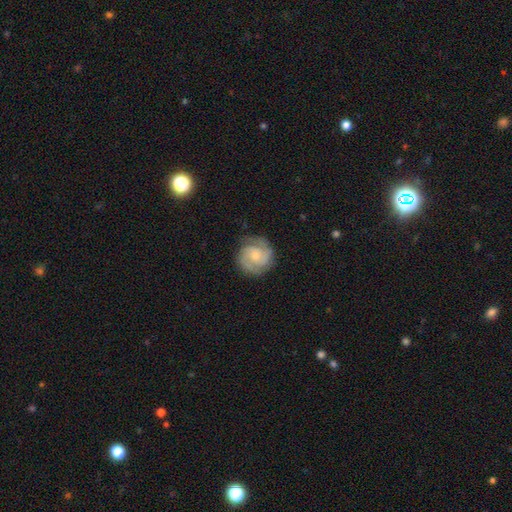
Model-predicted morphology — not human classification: Overall: featured or disk (79%). Edge-on disk: no (98%). Bar: no (65%; weak 30%). Spiral arms: yes (96%). Spiral arm count: 2 (57%; 3 21%). Spiral winding: tight (54%; medium 38%). Bulge size: small (56%; moderate 33%). Merging: none (80%).